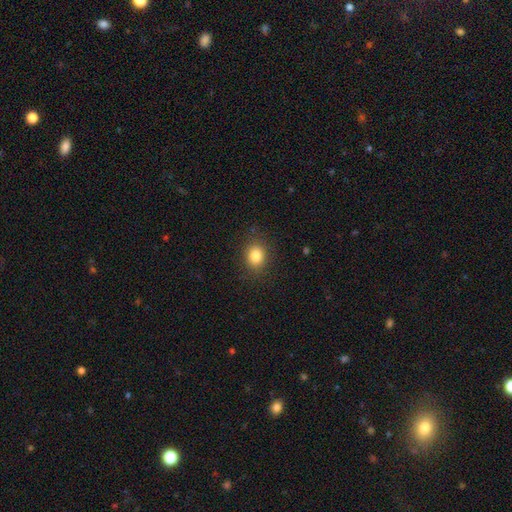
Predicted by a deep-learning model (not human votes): Smooth or featured? smooth (83%)
How rounded? round (55%)
Merging? none (87%)